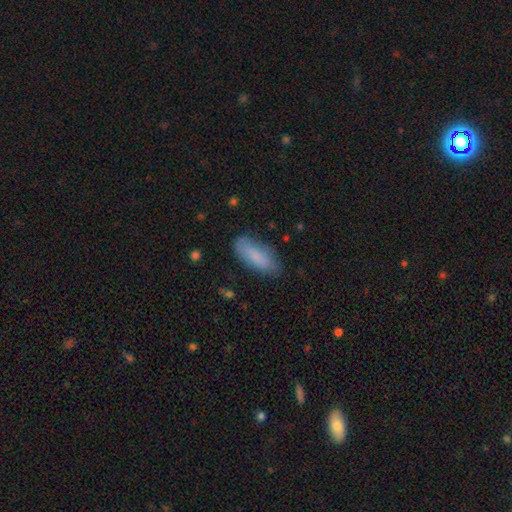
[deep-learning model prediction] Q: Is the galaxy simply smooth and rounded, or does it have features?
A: smooth — 83%.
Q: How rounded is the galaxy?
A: in between — 70%.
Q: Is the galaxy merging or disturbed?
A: none — 78%.